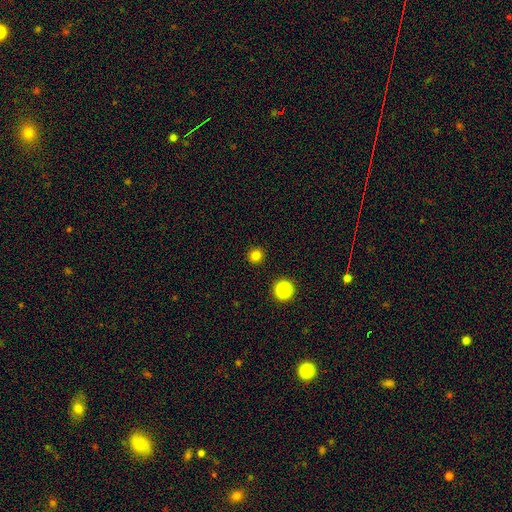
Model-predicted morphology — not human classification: Smooth or featured? Predicted: smooth (p=0.81). How rounded? Predicted: round (p=0.94). Merging? Predicted: none (p=0.92).